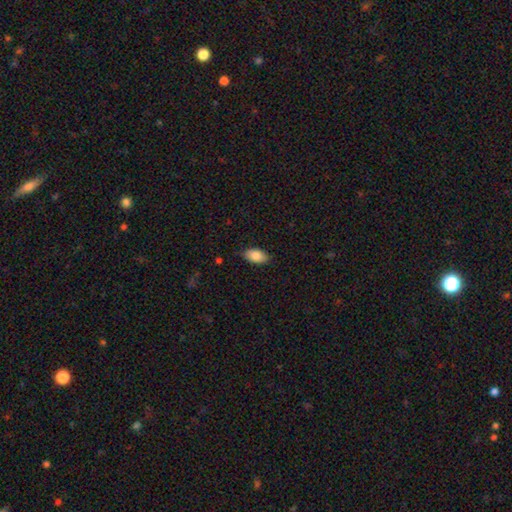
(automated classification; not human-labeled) smooth 86%, star or artifact 7%, featured or disk 7%. Down the decision tree: how rounded — in between (93%); merging — none (84%).